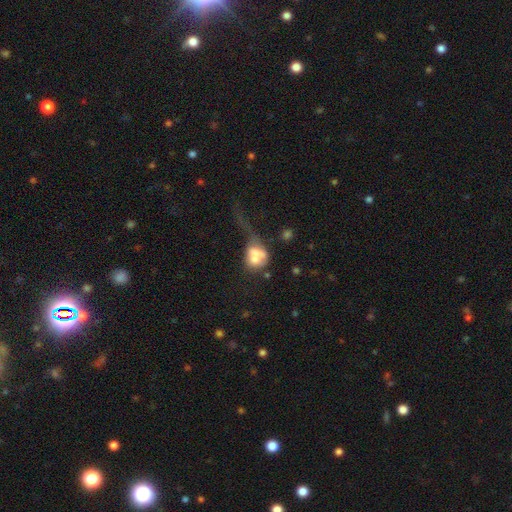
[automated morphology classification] A smooth galaxy with no disk features (58%) that is round (50%).

Vote fractions:
- Smooth or featured? smooth: 58% / featured or disk: 32% / star or artifact: 11%
- How rounded? round: 50% / in between: 47% / cigar-shaped: 3%
- Merging? merger: 39% / major disturbance: 35% / none: 14% / minor disturbance: 11%